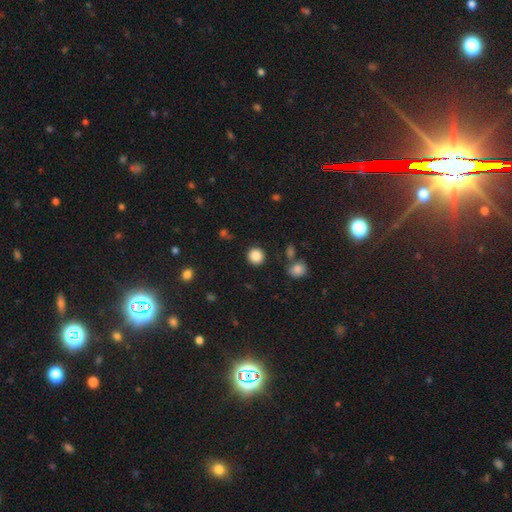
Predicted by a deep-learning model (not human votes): smooth-or-featured: smooth: 86% | star or artifact: 10% | featured or disk: 4%
  how-rounded: round: 91% | in between: 8% | cigar-shaped: 1%
  merging: none: 87% | minor disturbance: 7% | merger: 3% | major disturbance: 3%